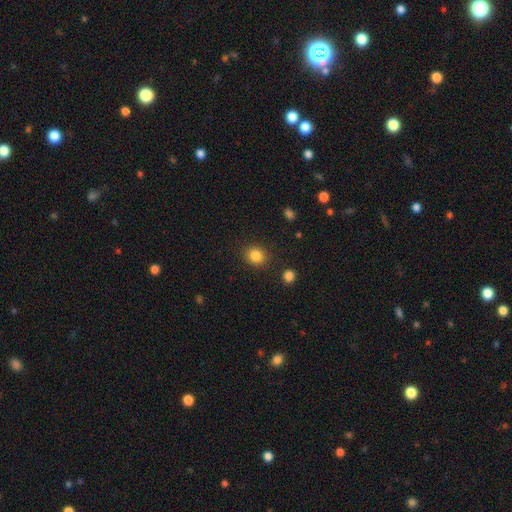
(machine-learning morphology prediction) Q: Smooth or featured?
A: smooth (85%); runner-up: star or artifact (10%)
Q: How rounded?
A: round (74%); runner-up: in between (25%)
Q: Merging?
A: none (88%); runner-up: minor disturbance (7%)